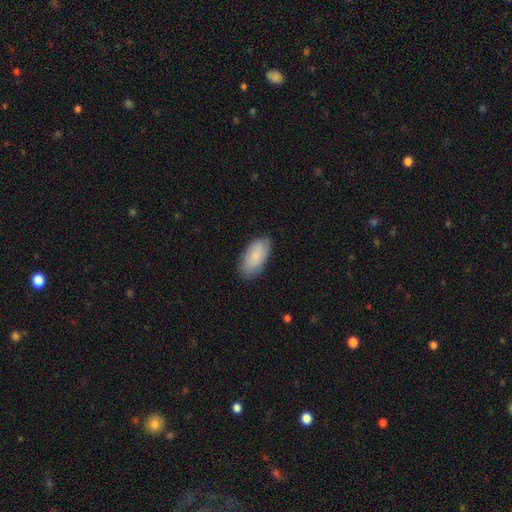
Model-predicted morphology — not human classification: Overall: smooth (80%). How rounded: in between (94%). Merging: none (81%).